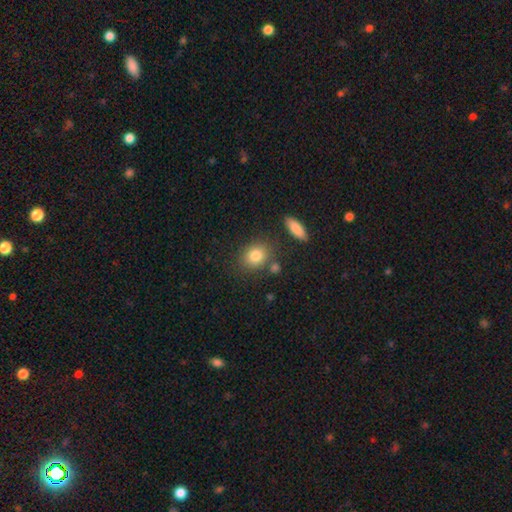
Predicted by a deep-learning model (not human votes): The model was most divided on "how rounded": round: 51%, in between: 48%, cigar-shaped: 2%. More confident: smooth or featured — smooth (82%); merging — none (75%).